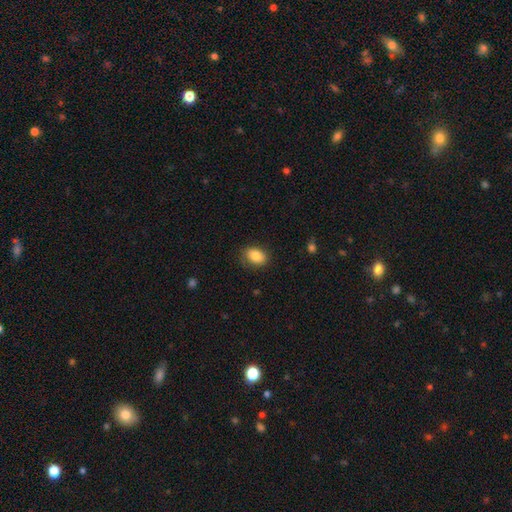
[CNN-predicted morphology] This is clearly a smooth galaxy (83%). How rounded: likely in between (79%). Merging: clearly none (82%).